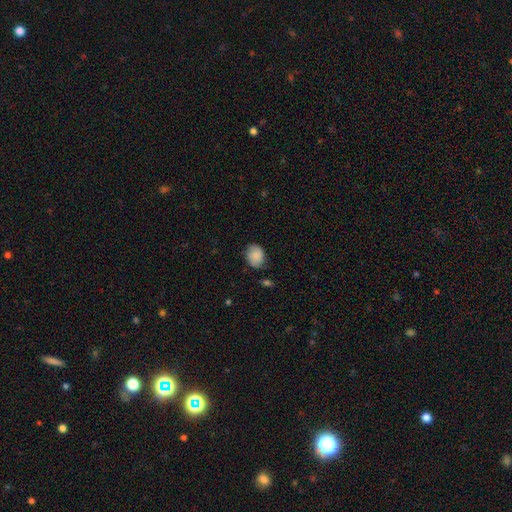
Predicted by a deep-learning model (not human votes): smooth-or-featured: smooth: 85% | featured or disk: 8% | star or artifact: 7%
  how-rounded: in between: 57% | round: 42% | cigar-shaped: 1%
  merging: none: 70% | minor disturbance: 23% | major disturbance: 5% | merger: 2%